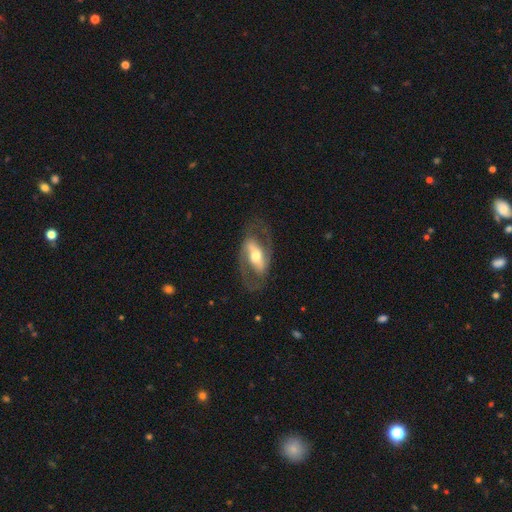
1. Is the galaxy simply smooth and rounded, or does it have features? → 89% featured or disk, 8% smooth, 3% star or artifact.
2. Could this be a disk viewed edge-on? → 91% no, 9% yes.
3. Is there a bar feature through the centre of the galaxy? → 87% strong, 13% weak, 0% no.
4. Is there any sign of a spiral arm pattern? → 70% yes, 30% no.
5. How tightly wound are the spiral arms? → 57% medium, 33% loose, 10% tight.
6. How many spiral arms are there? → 95% 2, 5% can't tell, 0% 1, 0% 3, 0% 4, 0% more than 4.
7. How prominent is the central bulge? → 87% moderate, 7% small, 3% dominant, 3% large, 0% none.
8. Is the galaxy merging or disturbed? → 86% none, 8% major disturbance, 6% minor disturbance, 0% merger.